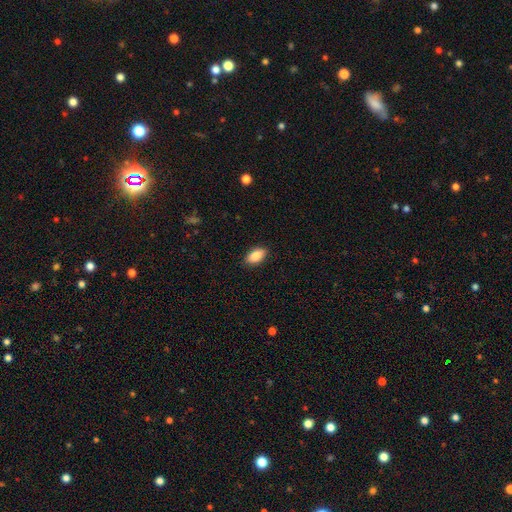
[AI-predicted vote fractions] A smooth galaxy with no disk features (84%) that is in between round and cigar-shaped (91%). Merging: none (89%).